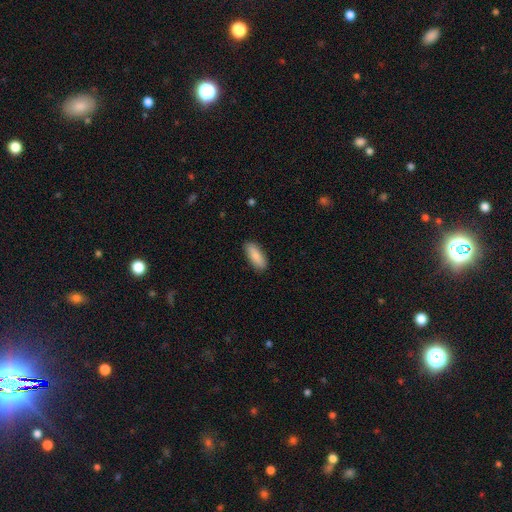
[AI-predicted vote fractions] smooth_or_featured: smooth (p=0.86) [alt: featured or disk p=0.08]
how_rounded: in between (p=0.72) [alt: cigar-shaped p=0.26]
merging: none (p=0.88) [alt: minor disturbance p=0.09]